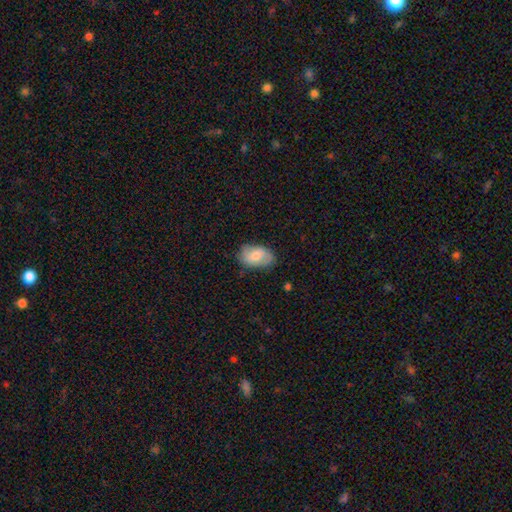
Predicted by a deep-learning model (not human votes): This is likely a smooth galaxy (67%). How rounded: clearly in between (90%). Merging: likely none (72%).